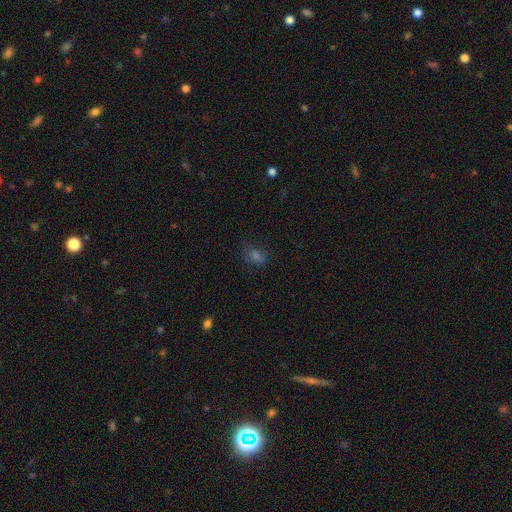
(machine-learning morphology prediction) smooth-or-featured: smooth: 54% | star or artifact: 31% | featured or disk: 15%
  how-rounded: in between: 71% | round: 24% | cigar-shaped: 4%
  merging: none: 68% | minor disturbance: 19% | major disturbance: 11% | merger: 2%